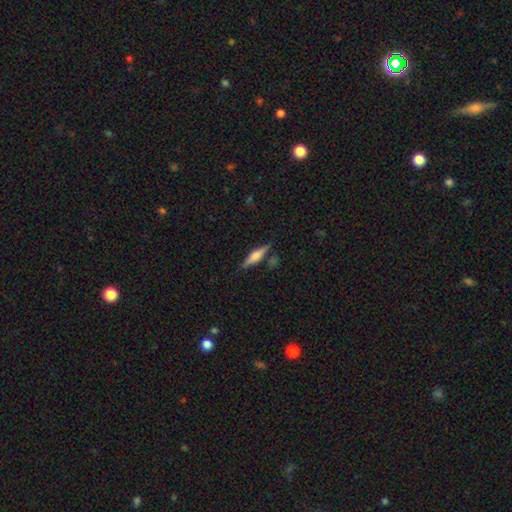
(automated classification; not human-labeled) This is possibly a featured or disk galaxy (51%). It is clearly viewed edge-on (95%). Merging: likely none (79%).